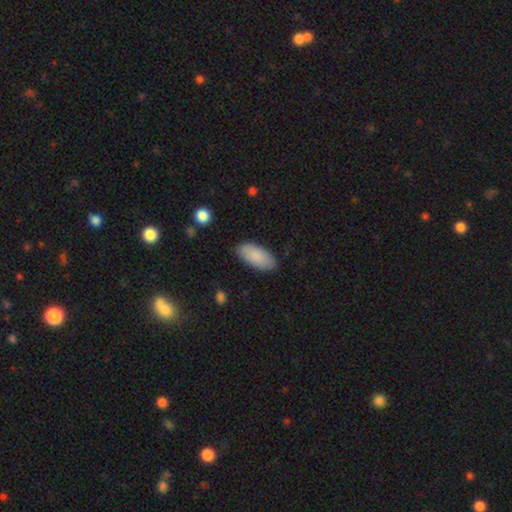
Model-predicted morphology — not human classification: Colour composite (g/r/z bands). It shows a smooth galaxy with no disk features (88%) that is in between round and cigar-shaped (91%). Merging: none (85%).